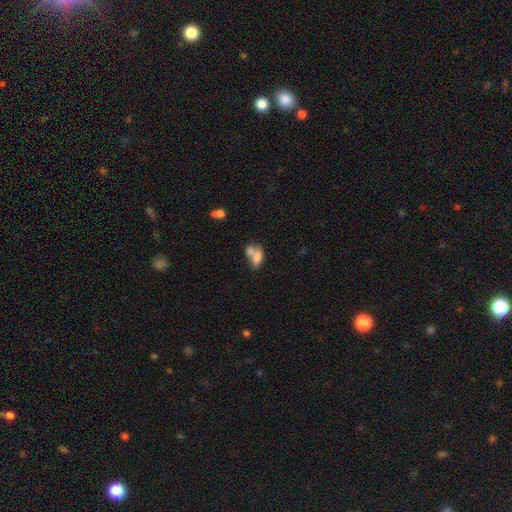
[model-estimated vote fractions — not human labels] smooth-or-featured: smooth: 75% | featured or disk: 16% | star or artifact: 9%
  how-rounded: in between: 87% | round: 10% | cigar-shaped: 3%
  merging: merger: 60% | none: 23% | minor disturbance: 10% | major disturbance: 6%